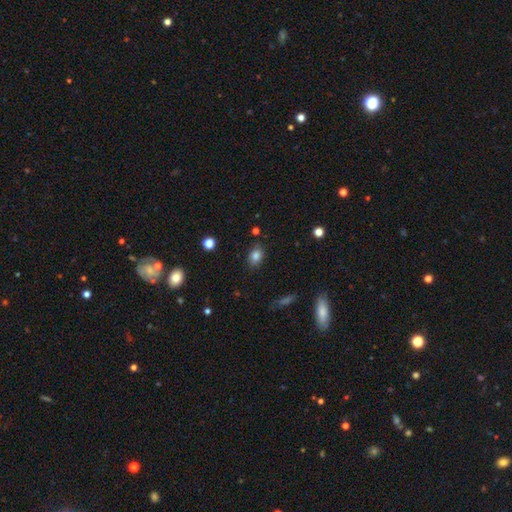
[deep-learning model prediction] smooth 82%, star or artifact 11%, featured or disk 7%. Down the decision tree: how rounded — in between (73%); merging — none (82%).